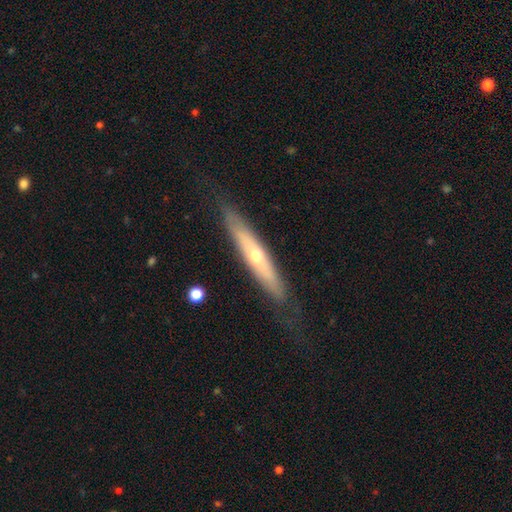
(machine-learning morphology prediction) Smooth or featured?
  - featured or disk: 56% *
  - smooth: 37%
  - star or artifact: 6%
Edge-on disk?
  - yes: 76% *
  - no: 24%
Merging?
  - none: 78% *
  - minor disturbance: 15%
  - major disturbance: 5%
  - merger: 1%